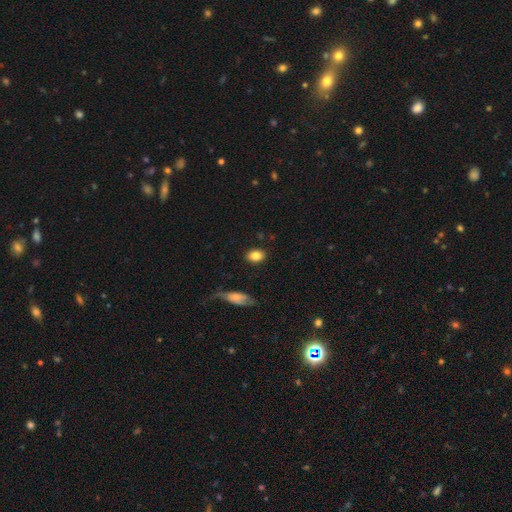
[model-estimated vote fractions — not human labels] Smooth or featured: smooth — 84% (star or artifact — 8%)
How rounded: in between — 72% (round — 26%)
Merging: none — 86% (minor disturbance — 9%)